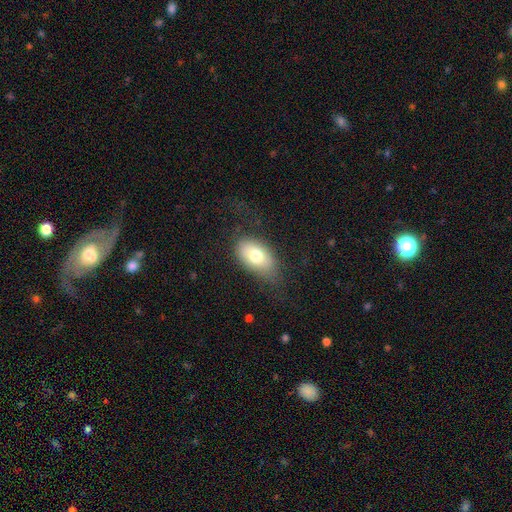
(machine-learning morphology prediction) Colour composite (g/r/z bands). It shows a smooth galaxy with no disk features (74%) that is in between round and cigar-shaped (91%). Merging: none (66%).